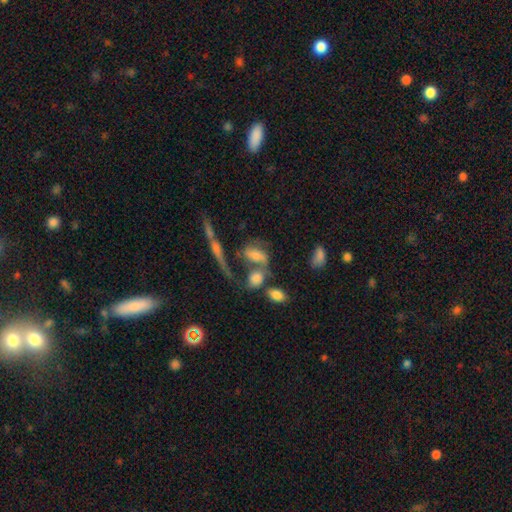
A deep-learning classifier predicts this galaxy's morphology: A featured or disk galaxy (48%). Merging: merger (36%).